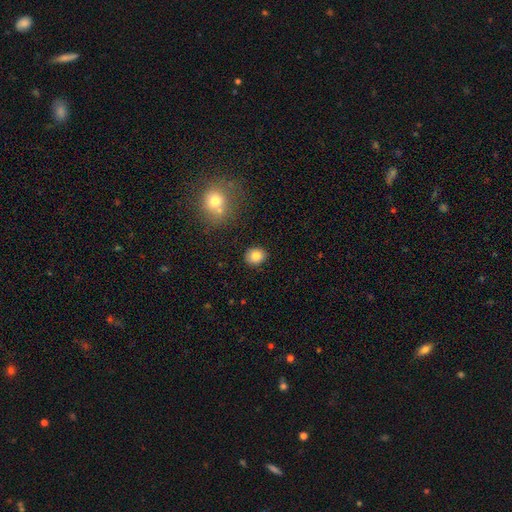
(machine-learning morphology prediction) Smooth or featured? smooth (83%)
How rounded? round (63%)
Merging? none (87%)